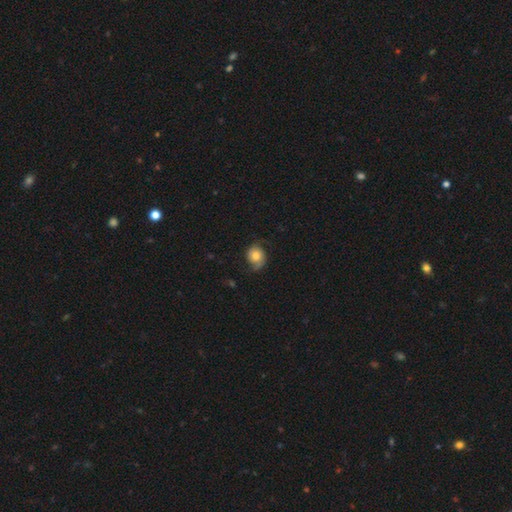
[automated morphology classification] Overall: featured or disk (51%; smooth 41%). Edge-on disk: no (97%). Merging: none (64%).